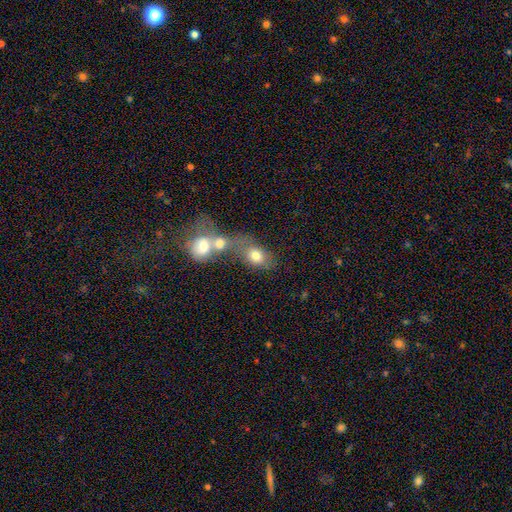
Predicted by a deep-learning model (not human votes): A smooth galaxy with no disk features (74%) that is in between round and cigar-shaped (65%). Merging: merger (57%).